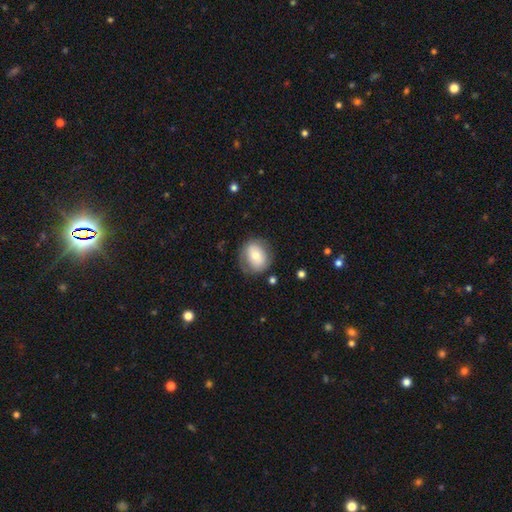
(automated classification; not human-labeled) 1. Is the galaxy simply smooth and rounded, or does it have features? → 68% smooth, 24% featured or disk, 8% star or artifact.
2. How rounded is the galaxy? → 63% round, 36% in between, 1% cigar-shaped.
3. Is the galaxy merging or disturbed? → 76% none, 16% minor disturbance, 6% major disturbance, 2% merger.